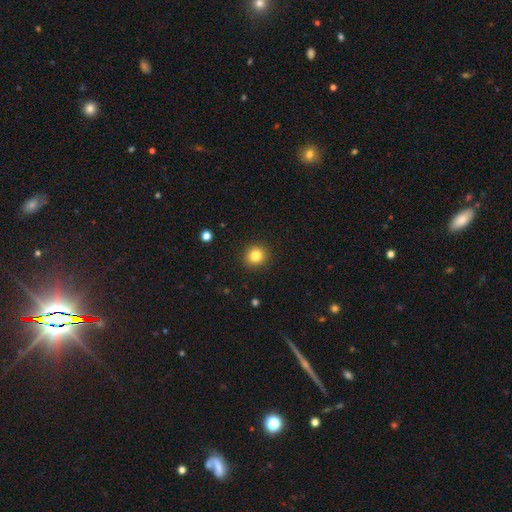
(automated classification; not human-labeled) The model was most divided on "smooth or featured": smooth: 82%, star or artifact: 11%, featured or disk: 6%. More confident: merging — none (92%); how rounded — round (90%).